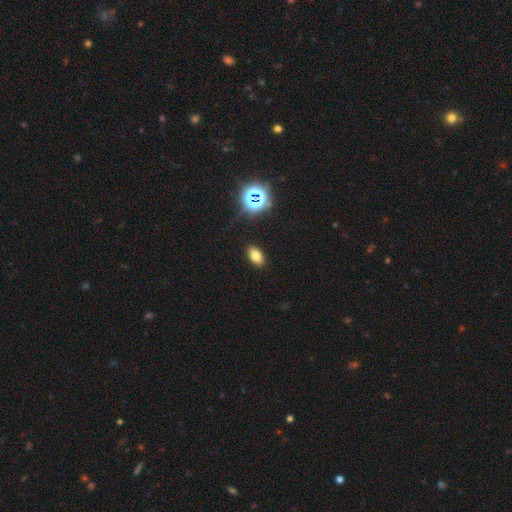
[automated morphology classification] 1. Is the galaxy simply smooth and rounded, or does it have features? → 74% smooth, 18% star or artifact, 8% featured or disk.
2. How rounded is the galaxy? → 90% in between, 8% round, 2% cigar-shaped.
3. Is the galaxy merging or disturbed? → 89% none, 8% minor disturbance, 2% major disturbance, 1% merger.